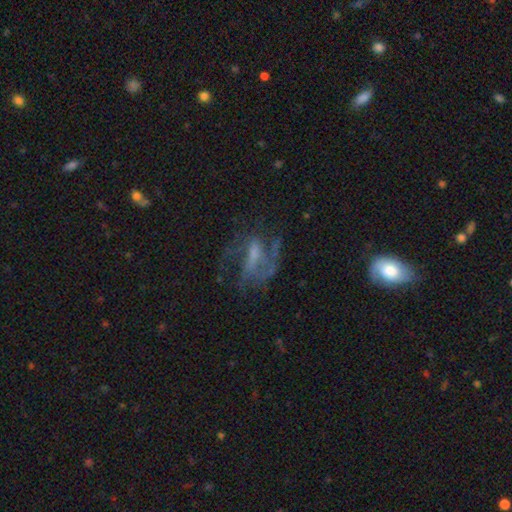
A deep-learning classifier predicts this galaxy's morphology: Smooth or featured?
  - featured or disk: 71% *
  - star or artifact: 16%
  - smooth: 13%
Edge-on disk?
  - no: 94% *
  - yes: 6%
Bar?
  - weak: 43% *
  - strong: 32%
  - no: 25%
Spiral arms?
  - yes: 85% *
  - no: 15%
Spiral winding?
  - medium: 48% *
  - loose: 26%
  - tight: 25%
Spiral arm count?
  - 2: 59% *
  - can't tell: 21%
  - 3: 8%
  - 1: 7%
  - 4: 3%
  - more than 4: 3%
Bulge size?
  - small: 46% *
  - moderate: 27%
  - none: 22%
  - large: 4%
  - dominant: 2%
Merging?
  - none: 61% *
  - major disturbance: 19%
  - minor disturbance: 17%
  - merger: 3%